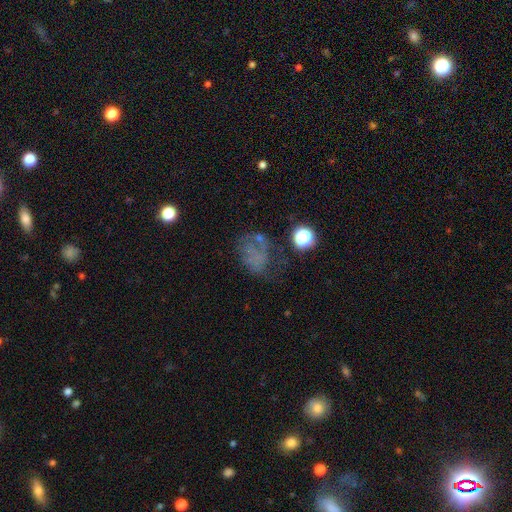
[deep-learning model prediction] Morphology: type=smooth (40%); merging=none (41%).